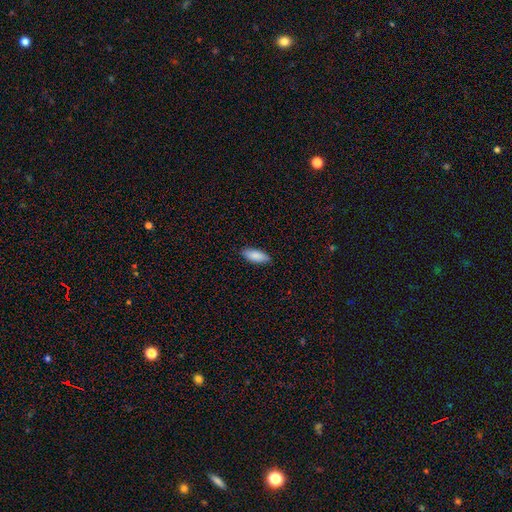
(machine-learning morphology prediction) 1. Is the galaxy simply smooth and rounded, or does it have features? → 87% smooth, 7% featured or disk, 6% star or artifact.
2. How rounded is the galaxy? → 76% in between, 22% cigar-shaped, 2% round.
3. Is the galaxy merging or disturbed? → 87% none, 10% minor disturbance, 2% major disturbance, 1% merger.